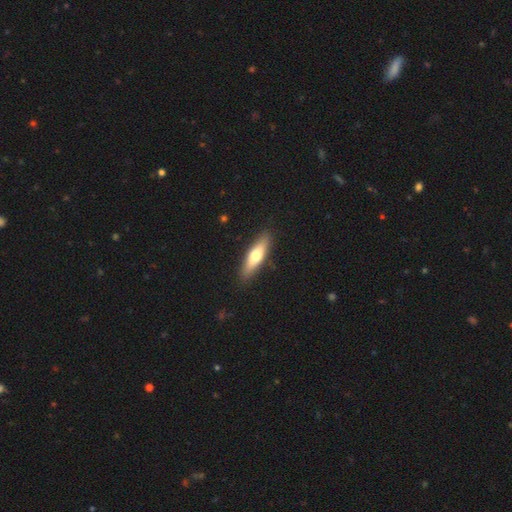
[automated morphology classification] A smooth galaxy with no disk features (60%) that is cigar-shaped (64%).

Vote fractions:
- Smooth or featured? smooth: 60% / featured or disk: 34% / star or artifact: 5%
- How rounded? cigar-shaped: 64% / in between: 34% / round: 2%
- Merging? none: 89% / minor disturbance: 8% / major disturbance: 2% / merger: 1%